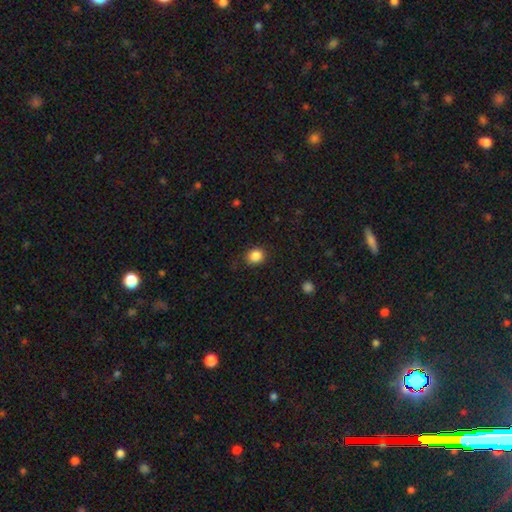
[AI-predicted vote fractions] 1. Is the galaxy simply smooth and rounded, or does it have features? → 86% smooth, 11% star or artifact, 4% featured or disk.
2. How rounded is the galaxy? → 80% round, 19% in between, 1% cigar-shaped.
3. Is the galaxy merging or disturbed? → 84% none, 11% minor disturbance, 3% major disturbance, 1% merger.